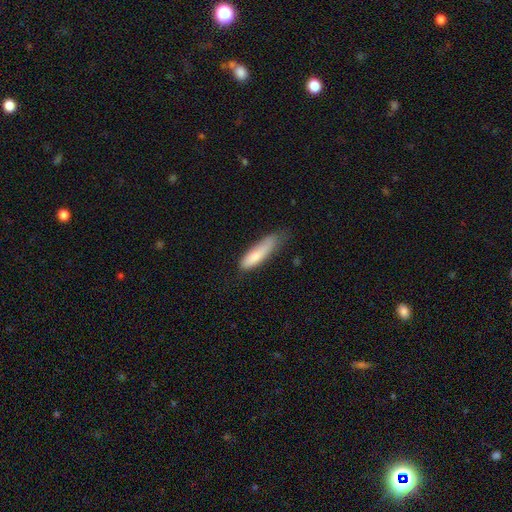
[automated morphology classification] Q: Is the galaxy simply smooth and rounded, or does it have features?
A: smooth — 81%.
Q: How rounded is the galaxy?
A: cigar-shaped — 65%.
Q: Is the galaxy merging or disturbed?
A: none — 43%.